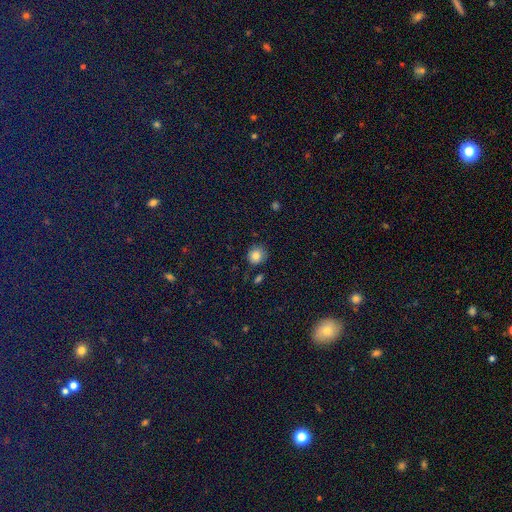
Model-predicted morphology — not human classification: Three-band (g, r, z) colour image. It shows a smooth galaxy with no disk features (83%) that is round (87%). Merging: none (80%).